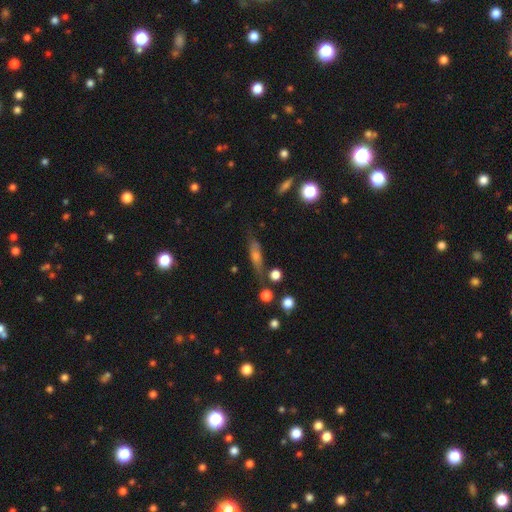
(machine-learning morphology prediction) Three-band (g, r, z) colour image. It shows a smooth galaxy with no disk features (48%). Merging: none (70%).